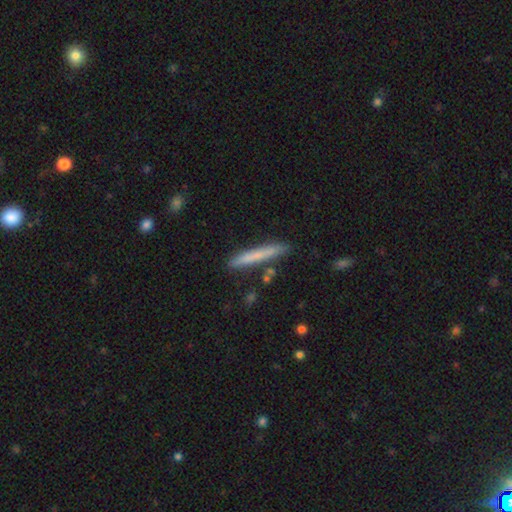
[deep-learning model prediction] Overall: smooth (69%). How rounded: cigar-shaped (96%). Merging: none (84%).